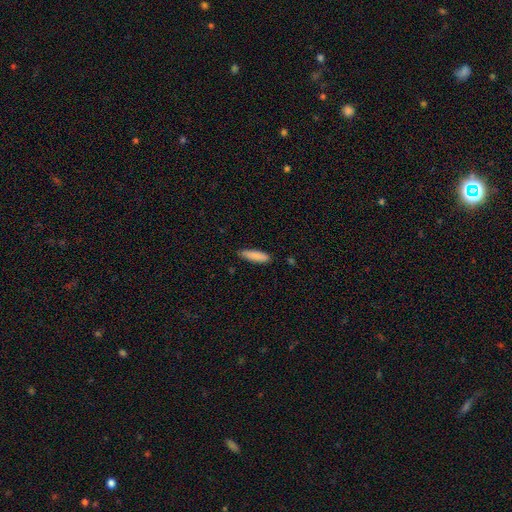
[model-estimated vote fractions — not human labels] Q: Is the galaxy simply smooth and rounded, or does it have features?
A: smooth — 87%.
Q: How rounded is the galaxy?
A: cigar-shaped — 67%.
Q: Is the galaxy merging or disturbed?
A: none — 84%.